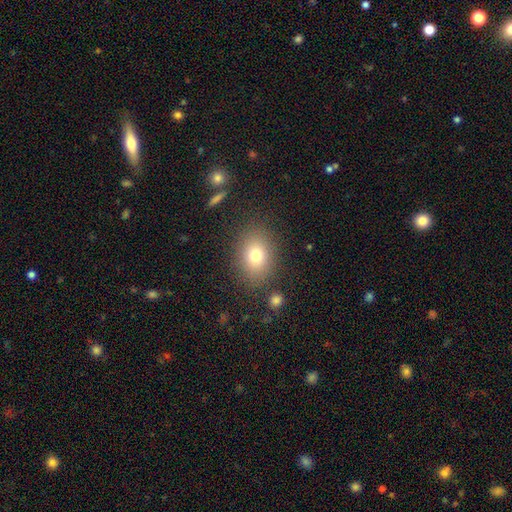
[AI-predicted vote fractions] A smooth galaxy with no disk features (76%) that is in between round and cigar-shaped (60%). Merging: none (83%).